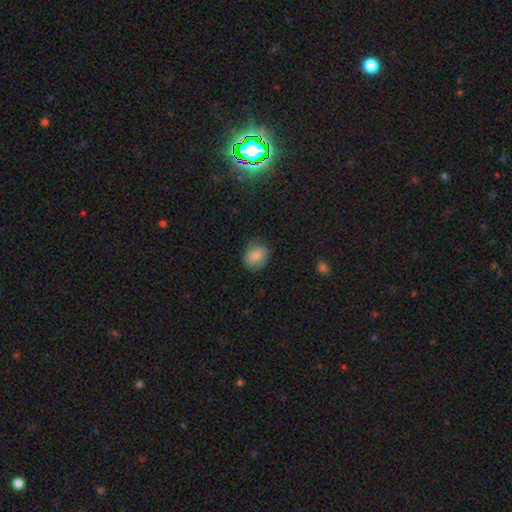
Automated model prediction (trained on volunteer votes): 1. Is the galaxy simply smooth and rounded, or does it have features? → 83% smooth, 9% featured or disk, 8% star or artifact.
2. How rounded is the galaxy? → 64% round, 35% in between, 1% cigar-shaped.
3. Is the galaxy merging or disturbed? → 75% none, 19% minor disturbance, 5% major disturbance, 1% merger.